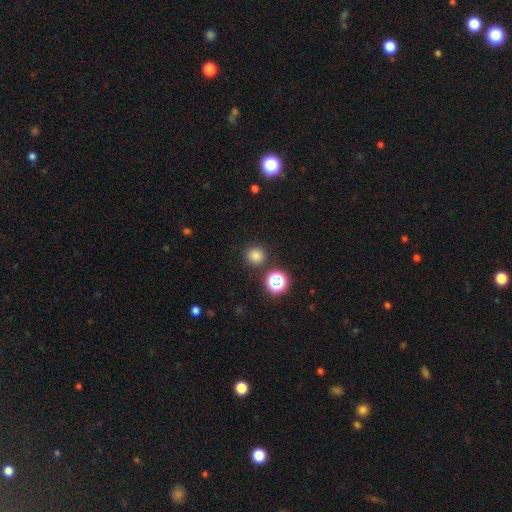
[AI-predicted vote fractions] A smooth galaxy with no disk features (77%) that is round (92%).

Vote fractions:
- Smooth or featured? smooth: 77% / star or artifact: 18% / featured or disk: 5%
- How rounded? round: 92% / in between: 7% / cigar-shaped: 1%
- Merging? none: 86% / minor disturbance: 7% / merger: 5% / major disturbance: 3%